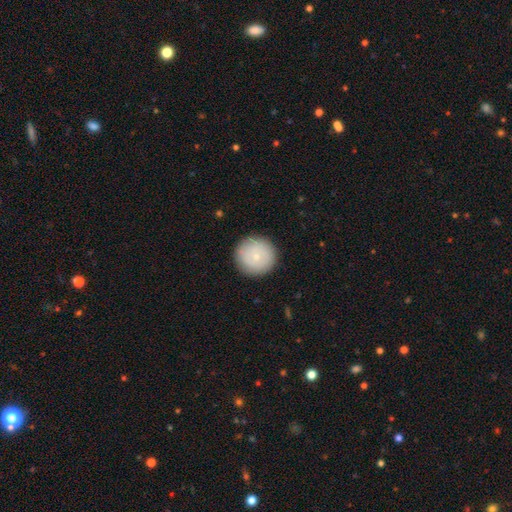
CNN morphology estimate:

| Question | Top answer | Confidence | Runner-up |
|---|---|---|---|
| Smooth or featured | smooth | 69% | featured or disk (24%) |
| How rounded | round | 93% | in between (6%) |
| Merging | none | 89% | minor disturbance (8%) |